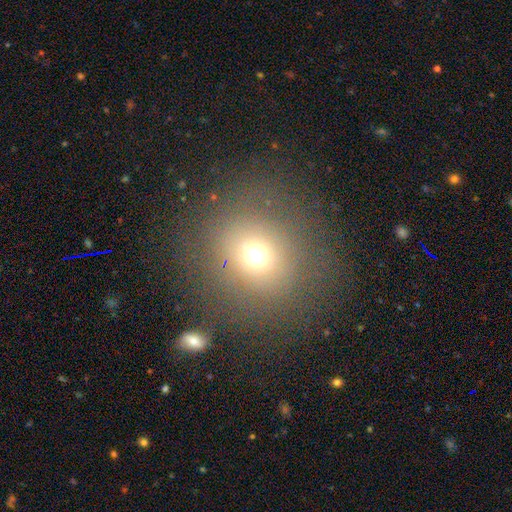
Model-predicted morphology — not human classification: A smooth galaxy with no disk features (68%) that is round (86%). Merging: none (78%).